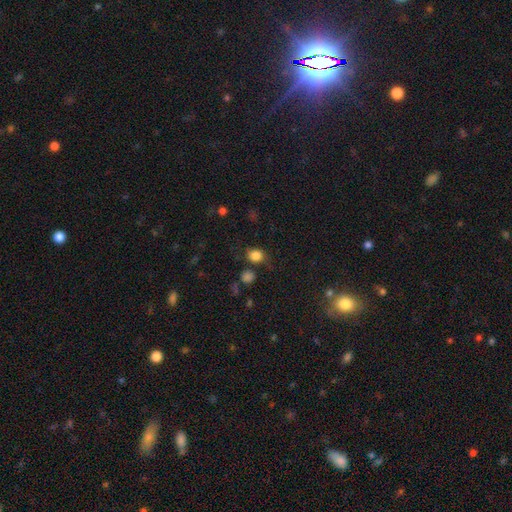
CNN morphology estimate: smooth_or_featured: smooth (p=0.83) [alt: star or artifact p=0.12]
how_rounded: round (p=0.73) [alt: in between p=0.26]
merging: none (p=0.73) [alt: minor disturbance p=0.16]